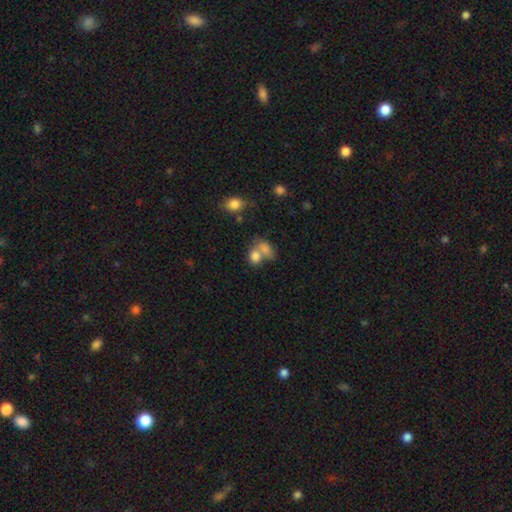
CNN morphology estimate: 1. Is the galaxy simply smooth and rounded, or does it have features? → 78% smooth, 11% featured or disk, 11% star or artifact.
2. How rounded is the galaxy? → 60% in between, 38% round, 2% cigar-shaped.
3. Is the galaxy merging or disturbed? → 58% merger, 27% none, 9% minor disturbance, 6% major disturbance.